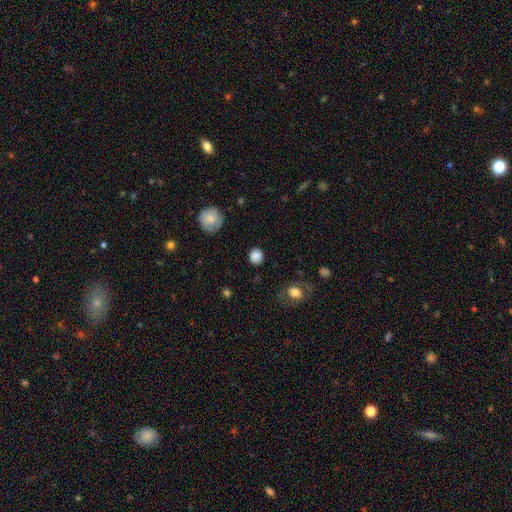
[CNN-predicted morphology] This is clearly a smooth galaxy (85%). How rounded: clearly round (83%). Merging: clearly none (85%).